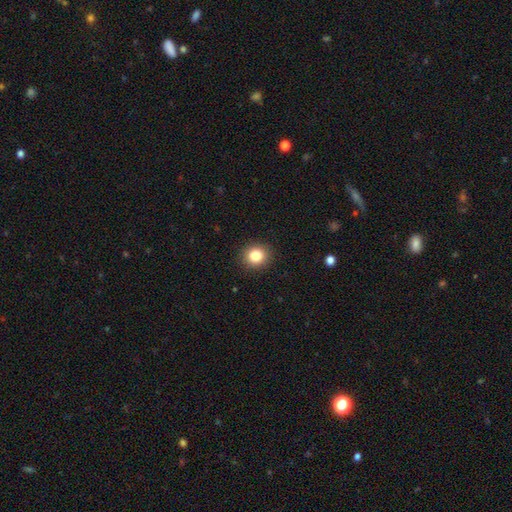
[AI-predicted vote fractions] Smooth or featured?
  - smooth: 84% *
  - star or artifact: 11%
  - featured or disk: 5%
How rounded?
  - round: 84% *
  - in between: 15%
  - cigar-shaped: 1%
Merging?
  - none: 91% *
  - minor disturbance: 6%
  - major disturbance: 2%
  - merger: 1%